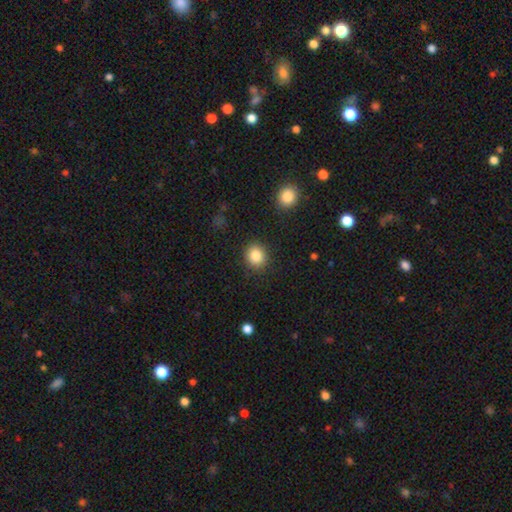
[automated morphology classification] This is clearly a smooth galaxy (85%). How rounded: likely round (79%). Merging: clearly none (89%).